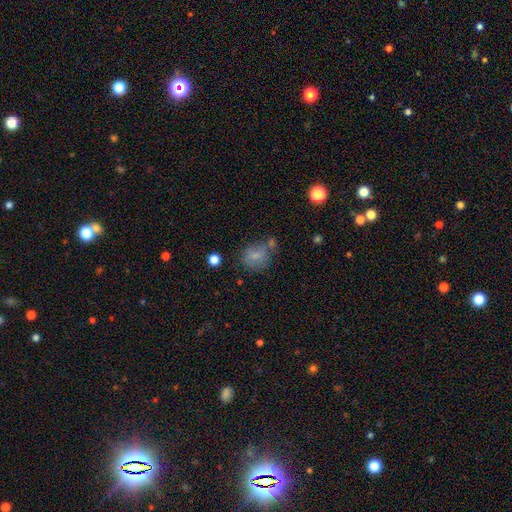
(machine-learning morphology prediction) Smooth or featured: smooth — 74% (featured or disk — 14%)
How rounded: round — 52% (in between — 46%)
Merging: none — 54% (minor disturbance — 21%)